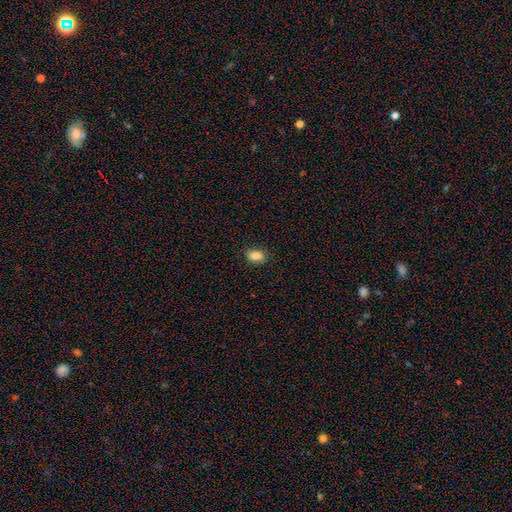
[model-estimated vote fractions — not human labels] This is clearly a smooth galaxy (87%). How rounded: clearly in between (86%). Merging: clearly none (86%).